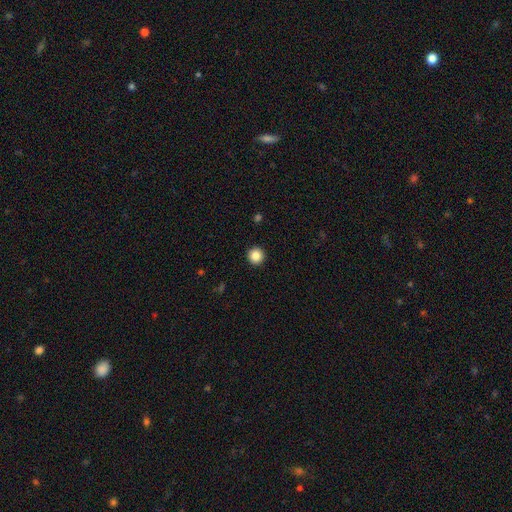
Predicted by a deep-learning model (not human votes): smooth-or-featured: smooth: 87% | star or artifact: 10% | featured or disk: 3%
  how-rounded: round: 96% | in between: 3% | cigar-shaped: 1%
  merging: none: 93% | minor disturbance: 4% | major disturbance: 2% | merger: 1%